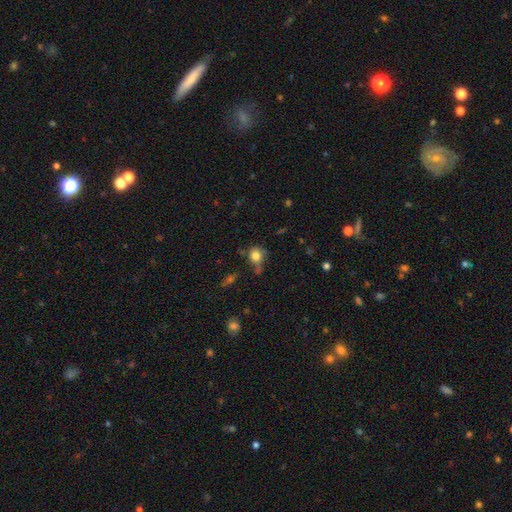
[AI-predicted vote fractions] Smooth or featured?
  - smooth: 78% *
  - star or artifact: 11%
  - featured or disk: 11%
How rounded?
  - round: 69% *
  - in between: 29%
  - cigar-shaped: 2%
Merging?
  - none: 50% *
  - minor disturbance: 27%
  - major disturbance: 12%
  - merger: 11%